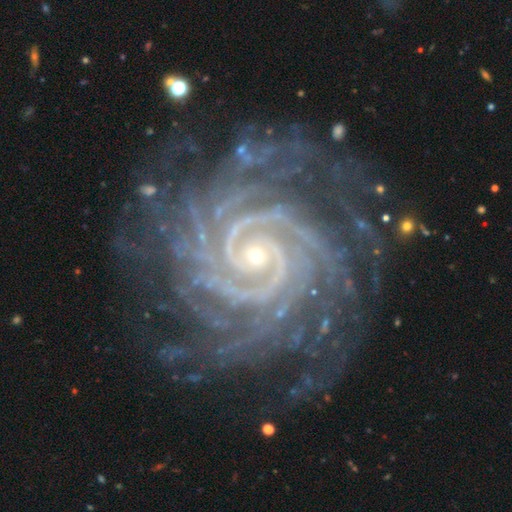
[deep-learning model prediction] Smooth or featured? featured or disk (94%)
Edge-on disk? no (98%)
Bar? no (58%)
Spiral arms? yes (99%)
Spiral winding? tight (85%)
Spiral arm count? 2 (24%)
Bulge size? small (81%)
Merging? none (76%)